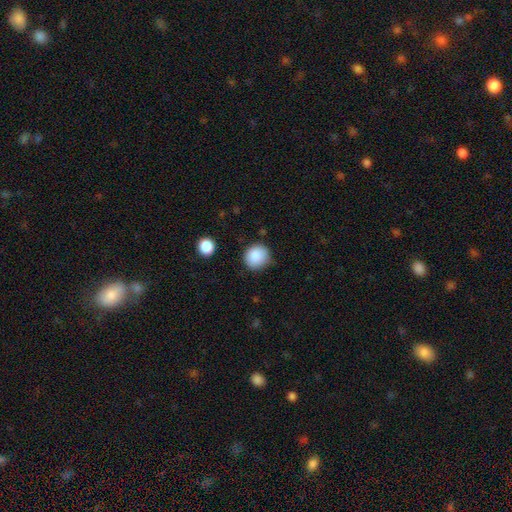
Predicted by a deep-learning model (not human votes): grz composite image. It shows a smooth galaxy with no disk features (87%) that is round (85%). Merging: none (81%).